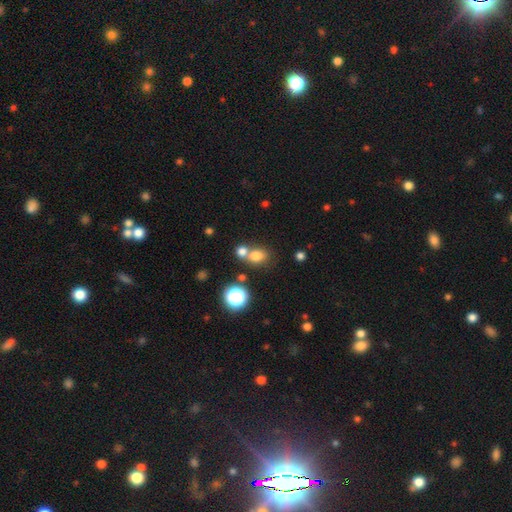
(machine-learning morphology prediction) The model was most divided on "merging": none: 48%, merger: 39%, minor disturbance: 9%, major disturbance: 4%. More confident: smooth or featured — smooth (74%); how rounded — round (54%).